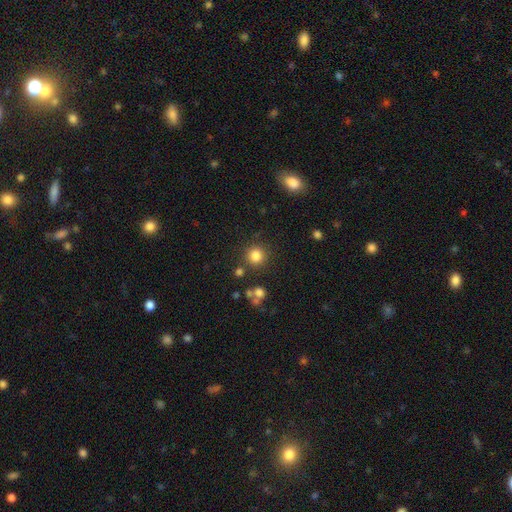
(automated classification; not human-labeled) A smooth galaxy with no disk features (82%) that is round (93%).

Vote fractions:
- Smooth or featured? smooth: 82% / star or artifact: 13% / featured or disk: 6%
- How rounded? round: 93% / in between: 6% / cigar-shaped: 1%
- Merging? none: 83% / minor disturbance: 8% / merger: 6% / major disturbance: 3%